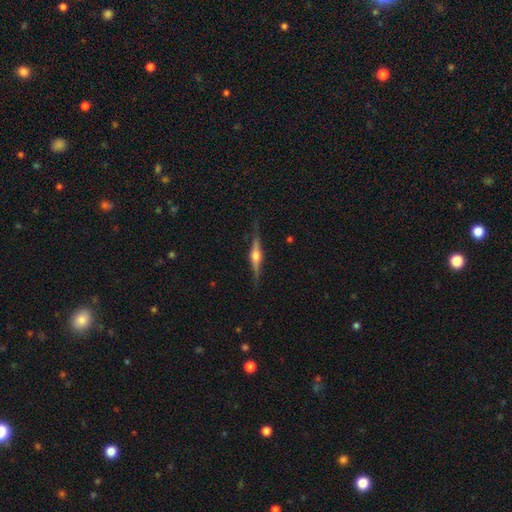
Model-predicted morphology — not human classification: smooth_or_featured: featured or disk (p=0.77) [alt: smooth p=0.17]
disk_edge_on: yes (p=0.98) [alt: no p=0.02]
edge_on_bulge: rounded (p=0.93) [alt: boxy p=0.05]
merging: none (p=0.84) [alt: minor disturbance p=0.12]